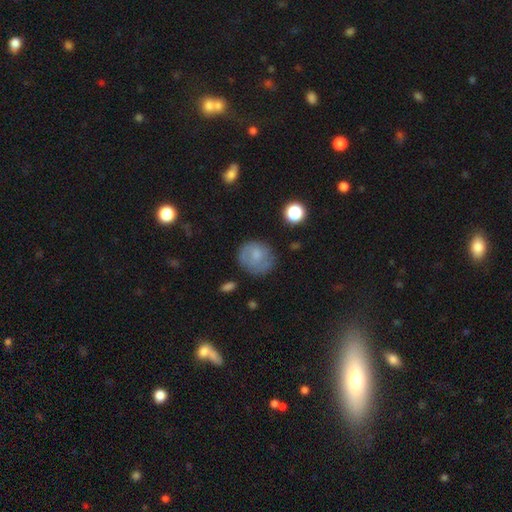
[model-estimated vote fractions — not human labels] smooth-or-featured: smooth: 65% | featured or disk: 26% | star or artifact: 9%
  how-rounded: round: 82% | in between: 17% | cigar-shaped: 1%
  merging: none: 68% | minor disturbance: 21% | major disturbance: 9% | merger: 2%